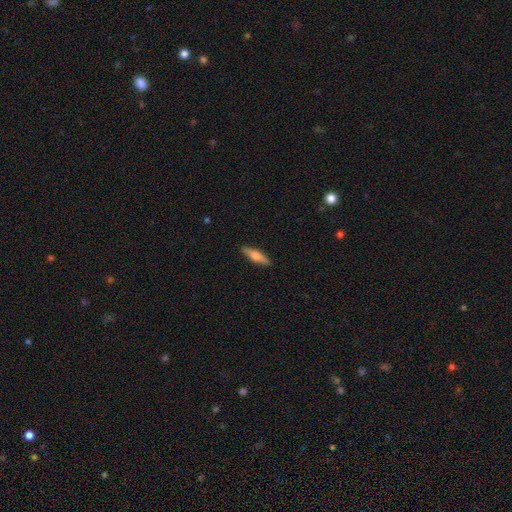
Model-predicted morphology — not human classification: This appears to be a smooth galaxy with no disk features (59%) that is cigar-shaped (67%). Merging: none (90%).